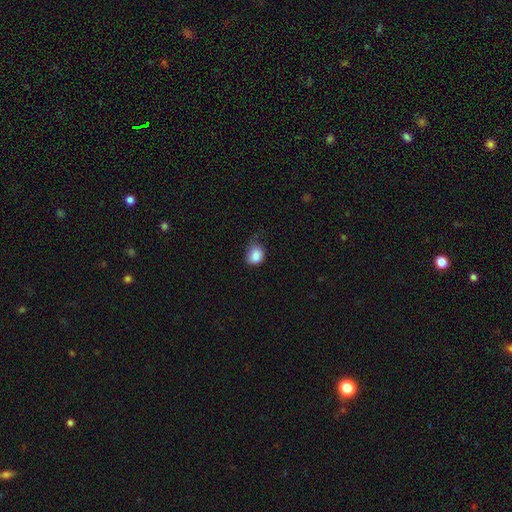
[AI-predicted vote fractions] A smooth galaxy with no disk features (86%) that is round (57%).

Vote fractions:
- Smooth or featured? smooth: 86% / star or artifact: 9% / featured or disk: 5%
- How rounded? round: 57% / in between: 42% / cigar-shaped: 1%
- Merging? none: 43% / minor disturbance: 42% / major disturbance: 13% / merger: 2%